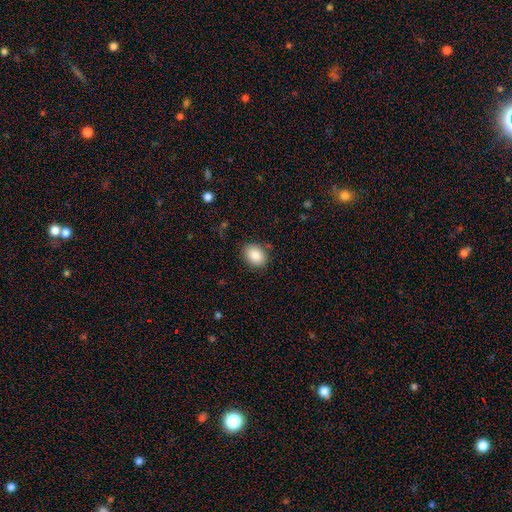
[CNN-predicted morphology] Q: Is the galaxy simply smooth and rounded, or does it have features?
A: smooth — 87%.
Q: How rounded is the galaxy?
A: in between — 60%.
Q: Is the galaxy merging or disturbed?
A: none — 84%.